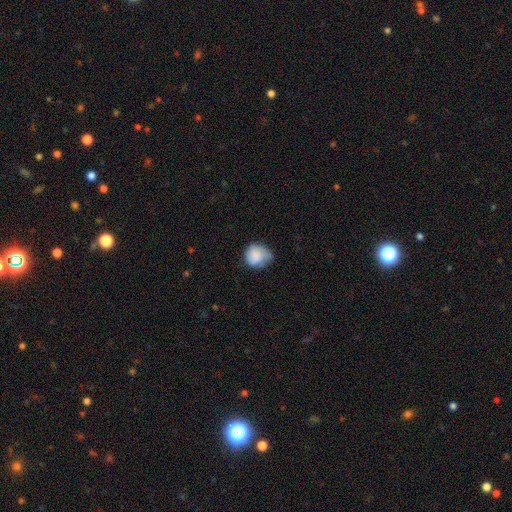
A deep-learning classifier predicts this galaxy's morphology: Q: Smooth or featured?
A: smooth (81%); runner-up: featured or disk (11%)
Q: How rounded?
A: round (74%); runner-up: in between (25%)
Q: Merging?
A: minor disturbance (44%); runner-up: none (38%)